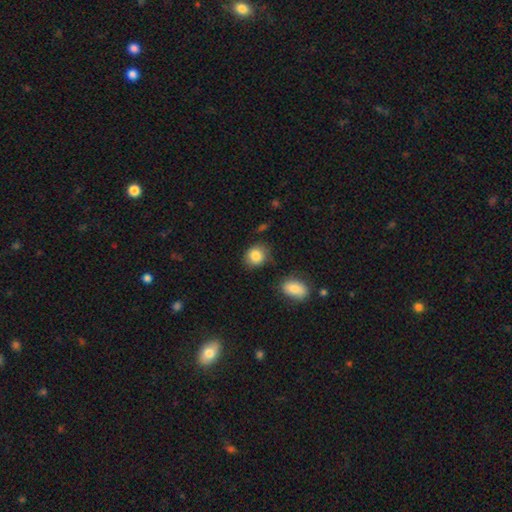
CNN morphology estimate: Overall: smooth (85%). How rounded: round (66%; in between 33%). Merging: none (74%).